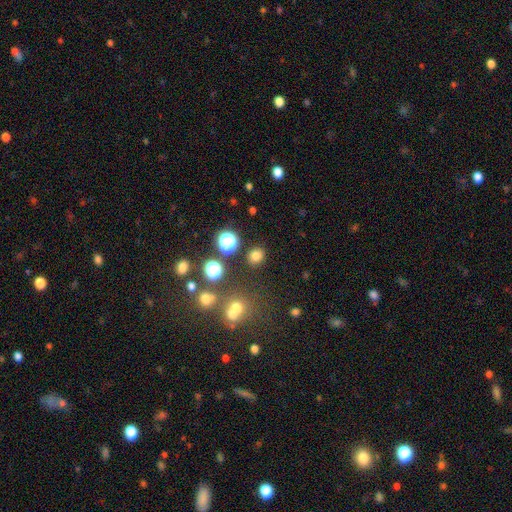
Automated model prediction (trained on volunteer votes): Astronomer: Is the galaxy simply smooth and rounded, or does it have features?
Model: smooth — 75%.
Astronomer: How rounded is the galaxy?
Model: round — 71%.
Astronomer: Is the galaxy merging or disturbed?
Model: none — 85%.